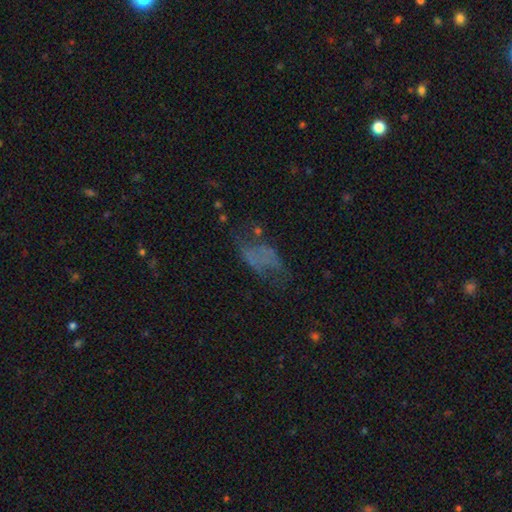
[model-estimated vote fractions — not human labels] The model was most divided on "smooth or featured": featured or disk: 41%, smooth: 38%, star or artifact: 21%. Remaining: merging — none (40%).